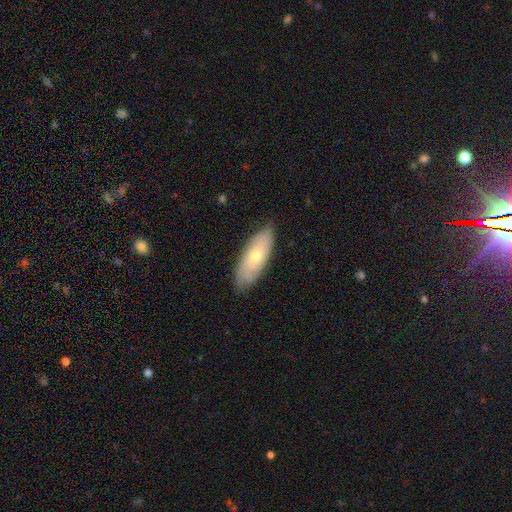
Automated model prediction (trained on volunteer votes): A featured or disk galaxy (48%). Merging: none (76%).